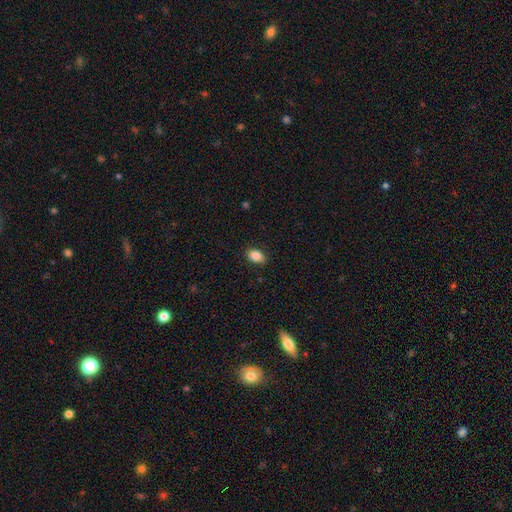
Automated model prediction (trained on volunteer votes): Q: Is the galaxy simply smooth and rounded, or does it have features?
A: smooth — 86%.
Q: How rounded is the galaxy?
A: in between — 84%.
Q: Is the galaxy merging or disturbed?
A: none — 85%.